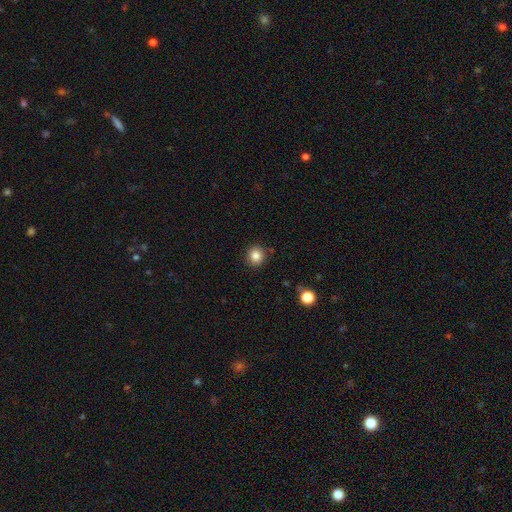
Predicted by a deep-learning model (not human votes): smooth 83%, star or artifact 11%, featured or disk 5%. Down the decision tree: how rounded — round (93%); merging — none (89%).